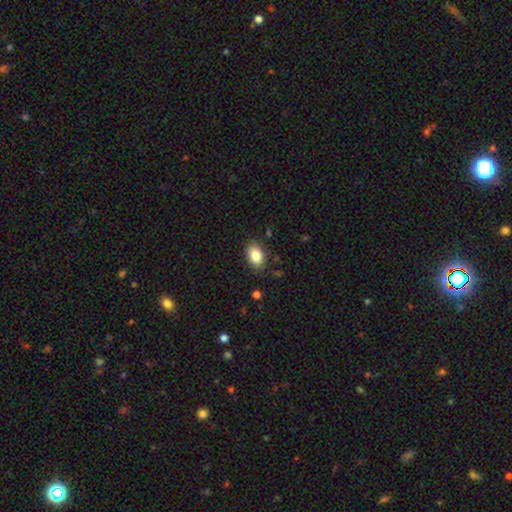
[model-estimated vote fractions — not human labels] Smooth or featured? smooth (84%)
How rounded? in between (87%)
Merging? none (84%)